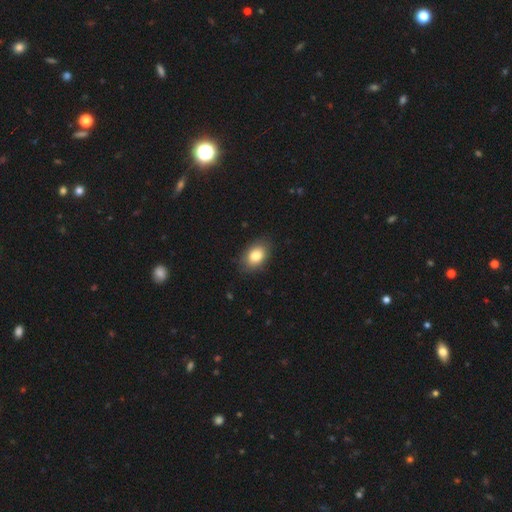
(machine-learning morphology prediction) smooth-or-featured: smooth: 83% | featured or disk: 9% | star or artifact: 8%
  how-rounded: in between: 83% | round: 16% | cigar-shaped: 1%
  merging: none: 84% | minor disturbance: 13% | major disturbance: 3% | merger: 1%